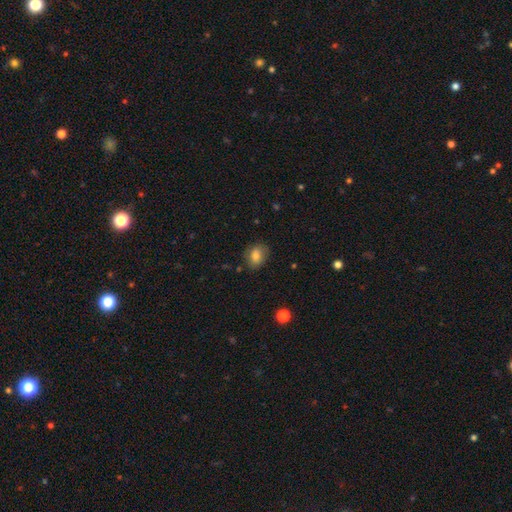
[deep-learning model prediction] Smooth or featured: smooth — 79% (featured or disk — 12%)
How rounded: in between — 60% (round — 39%)
Merging: none — 79% (minor disturbance — 15%)